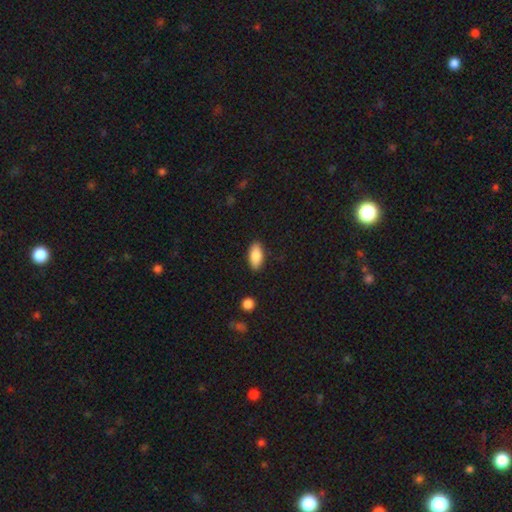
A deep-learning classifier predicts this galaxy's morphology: smooth_or_featured: smooth (p=0.86) [alt: featured or disk p=0.07]
how_rounded: in between (p=0.88) [alt: cigar-shaped p=0.09]
merging: none (p=0.87) [alt: minor disturbance p=0.09]